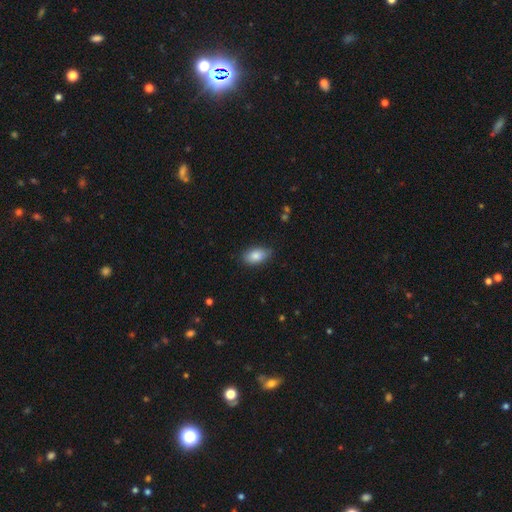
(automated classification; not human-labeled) Smooth or featured: smooth — 85% (featured or disk — 8%)
How rounded: in between — 92% (round — 6%)
Merging: none — 81% (minor disturbance — 16%)